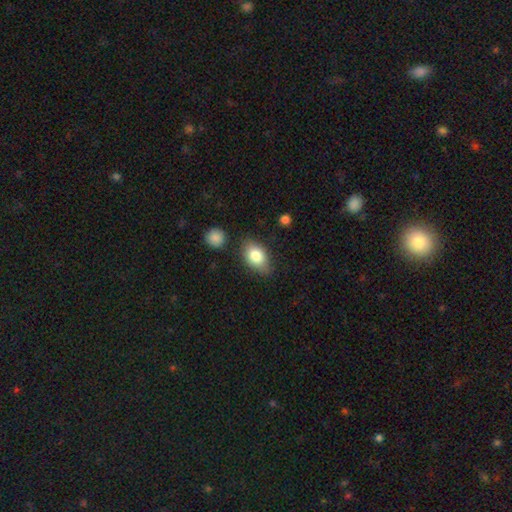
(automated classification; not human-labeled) This appears to be a smooth galaxy with no disk features (81%) that is in between round and cigar-shaped (86%). Merging: none (76%).